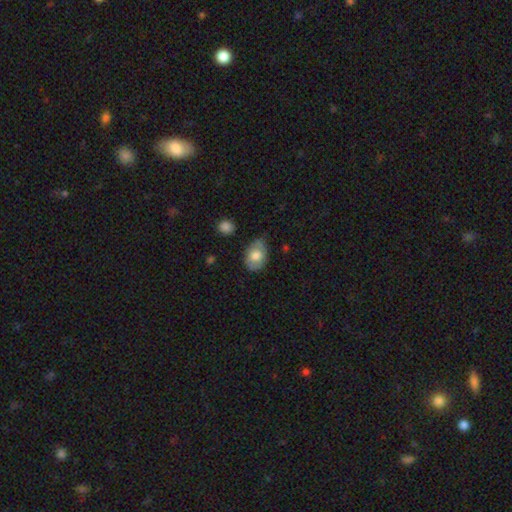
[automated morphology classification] Smooth or featured? Predicted: smooth (p=0.68). How rounded? Predicted: in between (p=0.81). Merging? Predicted: none (p=0.64).